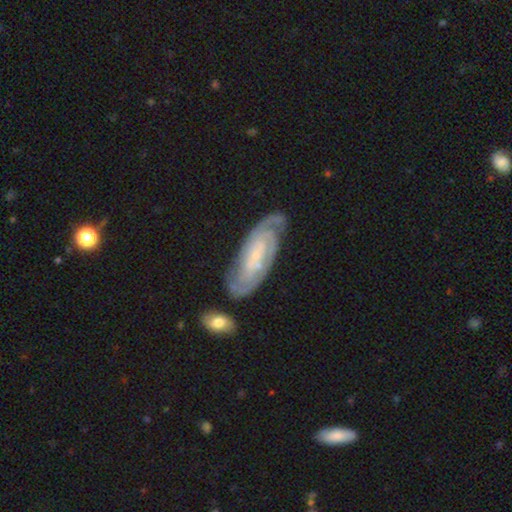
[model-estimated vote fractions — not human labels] Smooth or featured? Predicted: featured or disk (p=0.84). Edge-on disk? Predicted: no (p=0.93). Bar? Predicted: no (p=0.54). Spiral arms? Predicted: yes (p=0.96). Spiral winding? Predicted: tight (p=0.70). Spiral arm count? Predicted: 2 (p=0.52). Bulge size? Predicted: small (p=0.73). Merging? Predicted: none (p=0.71).